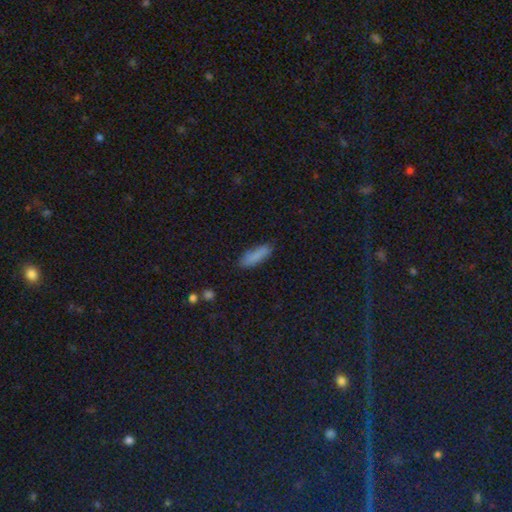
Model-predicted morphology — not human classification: A smooth galaxy with no disk features (84%) that is cigar-shaped (53%). Merging: none (78%).